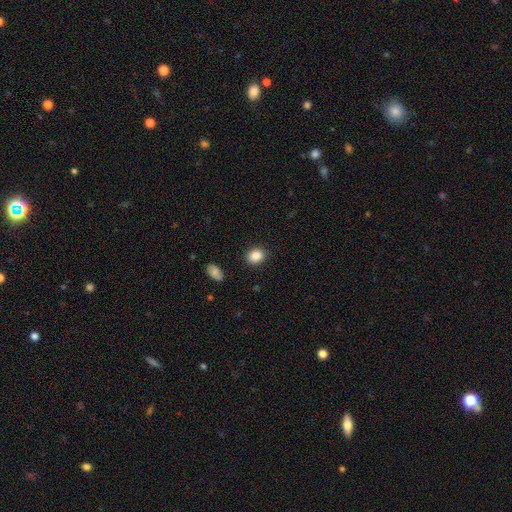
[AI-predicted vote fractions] A smooth galaxy with no disk features (87%) that is in between round and cigar-shaped (52%). Merging: none (88%).